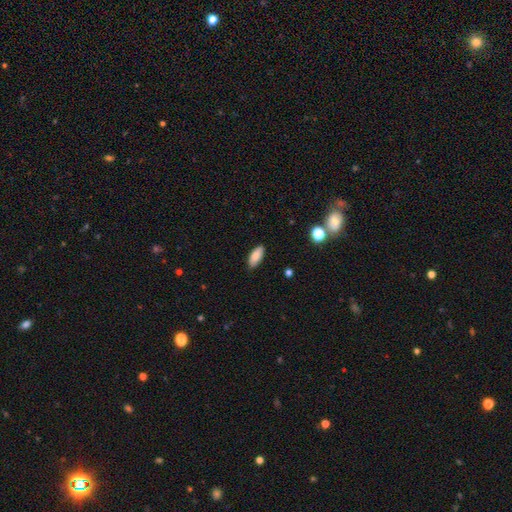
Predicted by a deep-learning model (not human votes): smooth_or_featured: smooth (p=0.86) [alt: star or artifact p=0.07]
how_rounded: in between (p=0.84) [alt: cigar-shaped p=0.14]
merging: none (p=0.87) [alt: minor disturbance p=0.10]